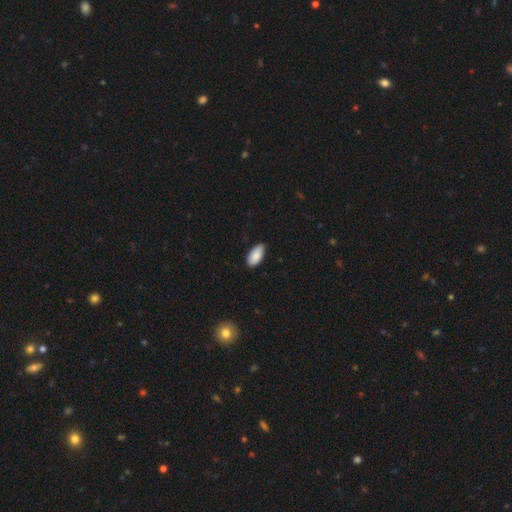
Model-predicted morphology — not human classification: The model was most divided on "merging": none: 86%, minor disturbance: 11%, major disturbance: 2%, merger: 1%. More confident: how rounded — in between (94%); smooth or featured — smooth (88%).